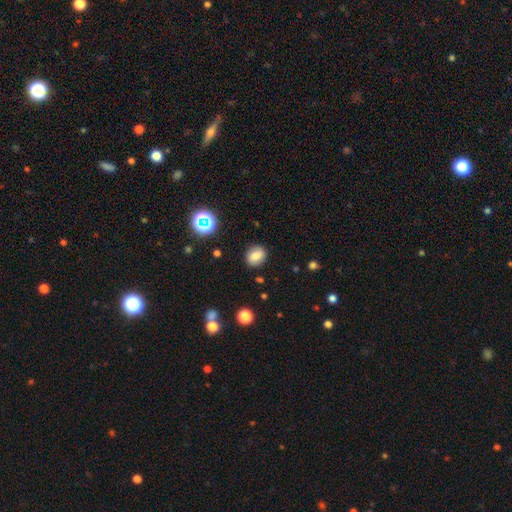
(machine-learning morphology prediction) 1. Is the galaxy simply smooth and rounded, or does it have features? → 75% smooth, 12% star or artifact, 12% featured or disk.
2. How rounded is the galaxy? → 63% round, 36% in between, 1% cigar-shaped.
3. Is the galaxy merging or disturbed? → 87% none, 9% minor disturbance, 3% major disturbance, 2% merger.